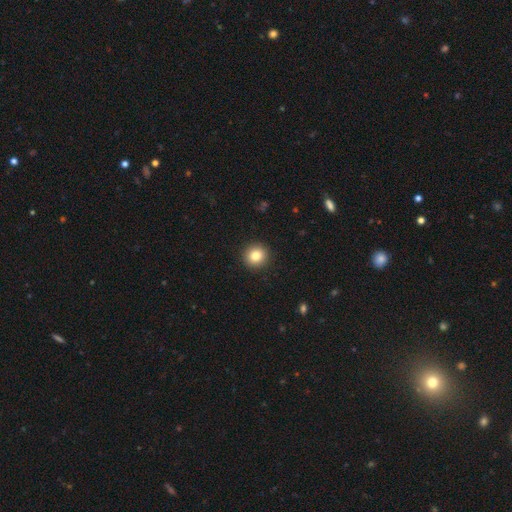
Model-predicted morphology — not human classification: The model was most divided on "smooth or featured": smooth: 82%, star or artifact: 10%, featured or disk: 8%. More confident: how rounded — round (93%); merging — none (93%).